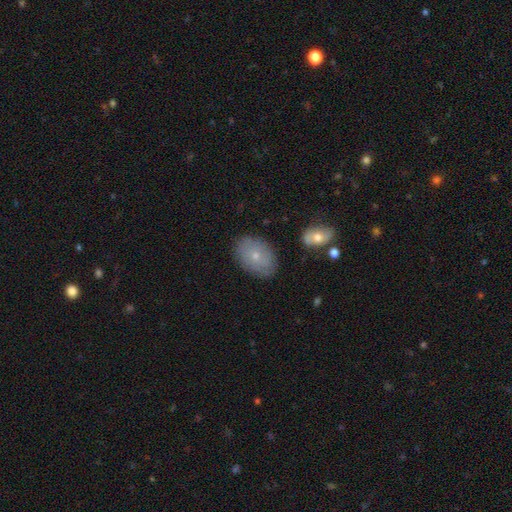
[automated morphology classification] Smooth or featured? smooth (67%)
How rounded? in between (82%)
Merging? none (81%)